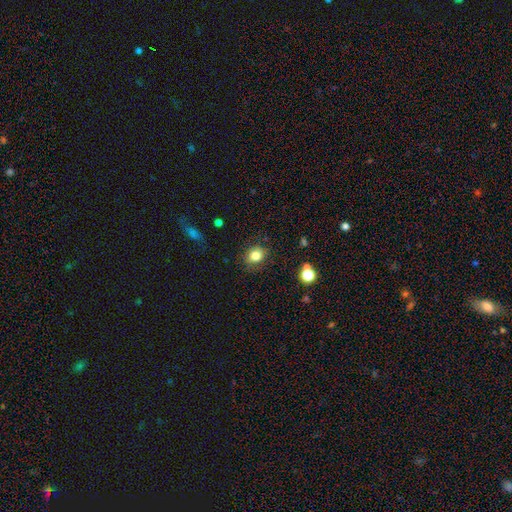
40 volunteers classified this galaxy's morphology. Smooth or featured? 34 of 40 (85%) said smooth. How rounded? 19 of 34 (56%) said round. Merging? 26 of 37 (70%) said none.